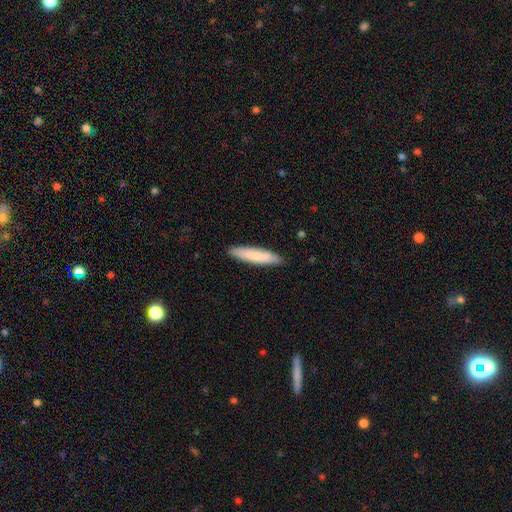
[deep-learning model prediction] Smooth or featured: smooth — 78% (featured or disk — 17%)
How rounded: cigar-shaped — 83% (in between — 16%)
Merging: none — 87% (minor disturbance — 10%)